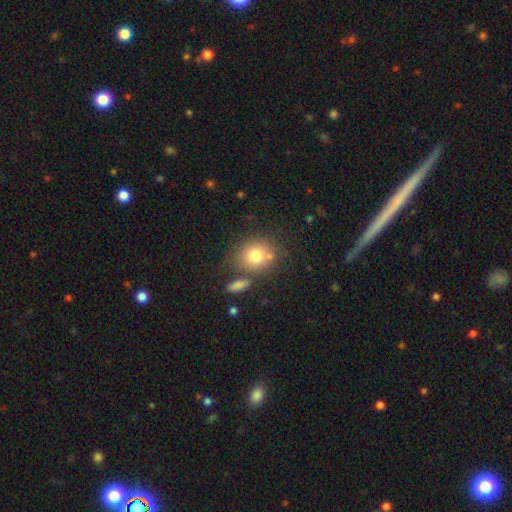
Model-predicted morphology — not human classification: A smooth galaxy with no disk features (77%) that is round (74%).

Vote fractions:
- Smooth or featured? smooth: 77% / featured or disk: 13% / star or artifact: 11%
- How rounded? round: 74% / in between: 25% / cigar-shaped: 1%
- Merging? none: 64% / merger: 17% / minor disturbance: 13% / major disturbance: 5%